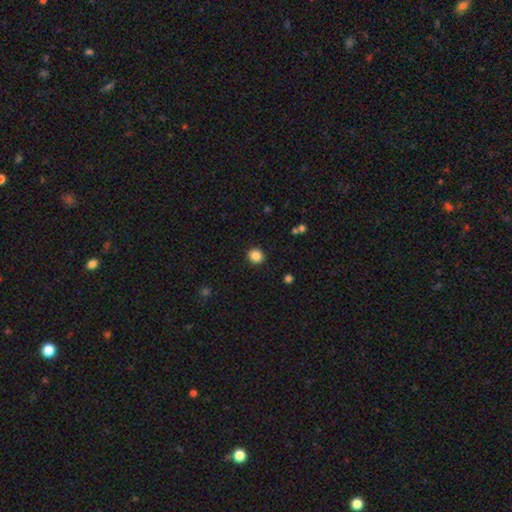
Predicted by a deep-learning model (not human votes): Q: Smooth or featured?
A: smooth (86%); runner-up: star or artifact (11%)
Q: How rounded?
A: round (90%); runner-up: in between (9%)
Q: Merging?
A: none (92%); runner-up: minor disturbance (5%)